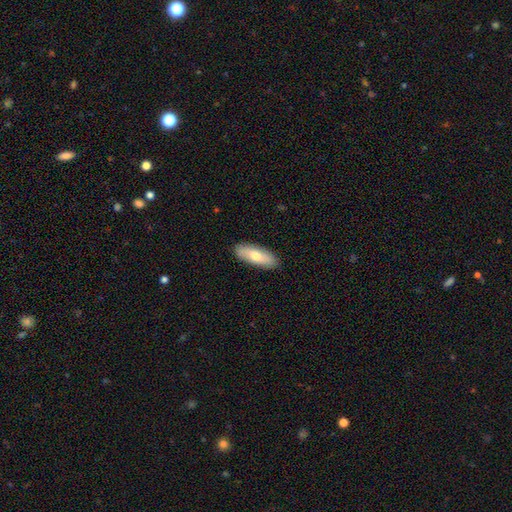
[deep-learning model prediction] smooth-or-featured: smooth: 70% | featured or disk: 24% | star or artifact: 5%
  how-rounded: in between: 68% | cigar-shaped: 30% | round: 2%
  merging: none: 90% | minor disturbance: 8% | major disturbance: 2% | merger: 1%